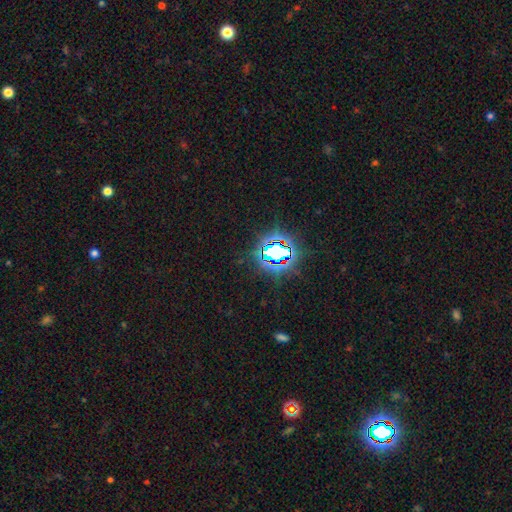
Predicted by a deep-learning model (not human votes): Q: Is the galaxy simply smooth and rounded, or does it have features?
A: star or artifact — 80%.